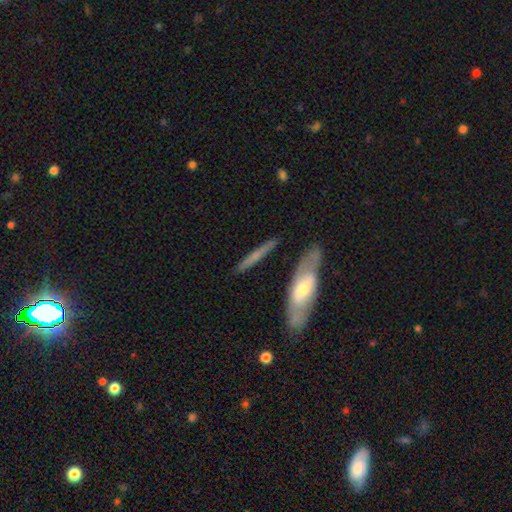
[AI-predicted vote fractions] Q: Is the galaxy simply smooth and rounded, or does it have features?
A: smooth — 49%.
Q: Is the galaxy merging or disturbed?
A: none — 81%.